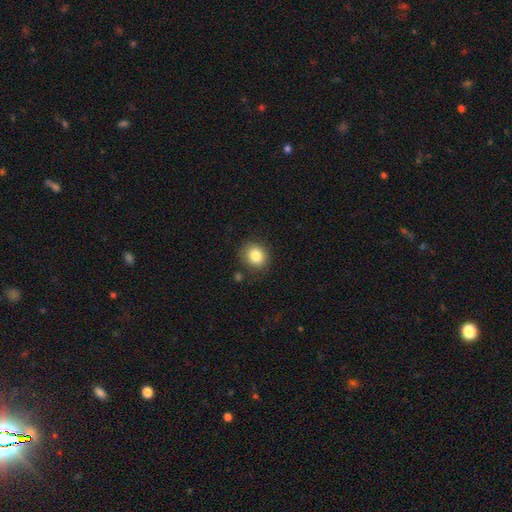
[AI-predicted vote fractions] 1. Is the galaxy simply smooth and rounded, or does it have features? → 83% smooth, 10% star or artifact, 7% featured or disk.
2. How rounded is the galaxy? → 74% round, 25% in between, 1% cigar-shaped.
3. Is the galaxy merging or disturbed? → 84% none, 11% minor disturbance, 3% major disturbance, 2% merger.